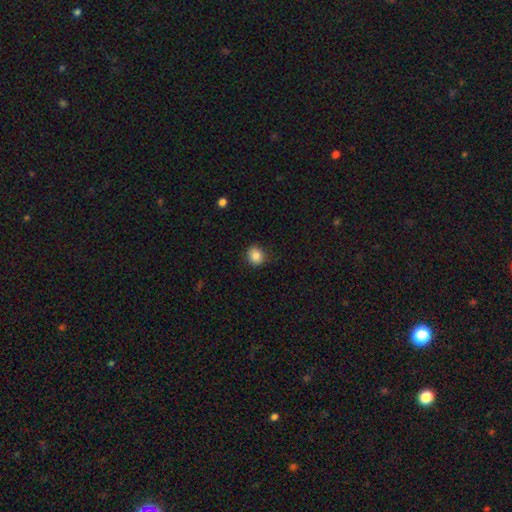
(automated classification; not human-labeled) Morphology: type=smooth (85%); roundness=round (73%); merging=none (84%).